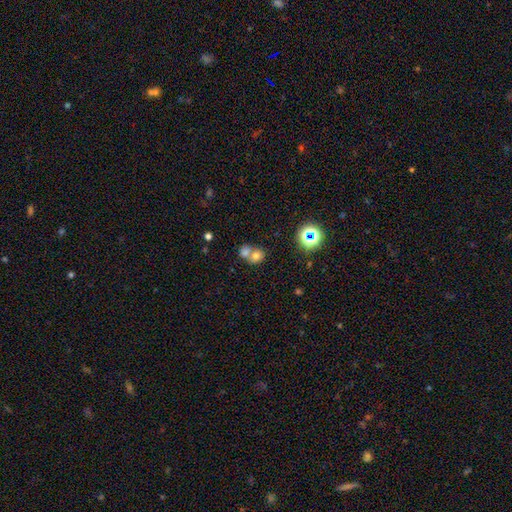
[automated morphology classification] smooth_or_featured: smooth (p=0.69) [alt: star or artifact p=0.16]
how_rounded: round (p=0.69) [alt: in between p=0.30]
merging: merger (p=0.59) [alt: none p=0.32]